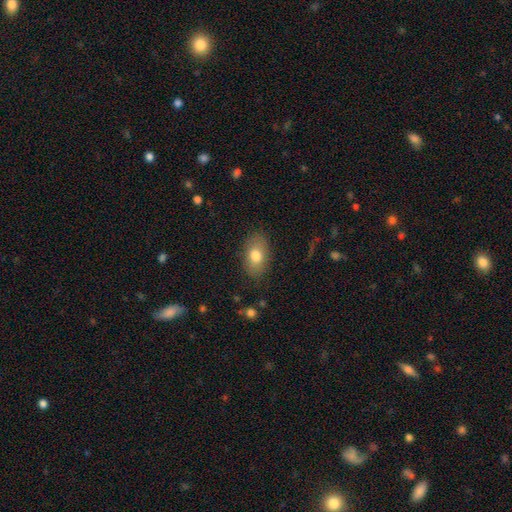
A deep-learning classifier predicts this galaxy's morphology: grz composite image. It shows a smooth galaxy with no disk features (77%) that is in between round and cigar-shaped (90%). Merging: none (82%).